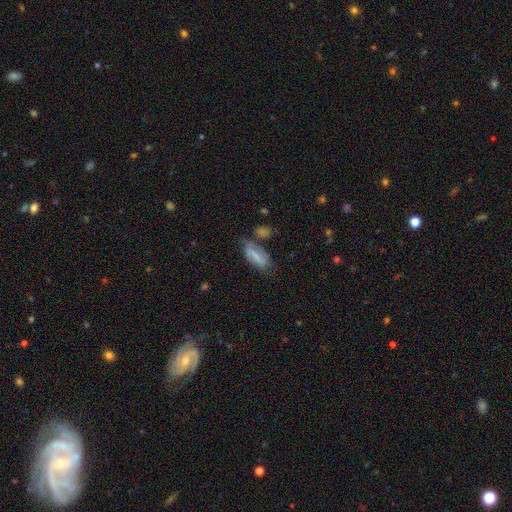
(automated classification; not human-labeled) Q: Smooth or featured?
A: smooth (61%); runner-up: featured or disk (30%)
Q: How rounded?
A: in between (81%); runner-up: cigar-shaped (16%)
Q: Merging?
A: none (51%); runner-up: minor disturbance (25%)